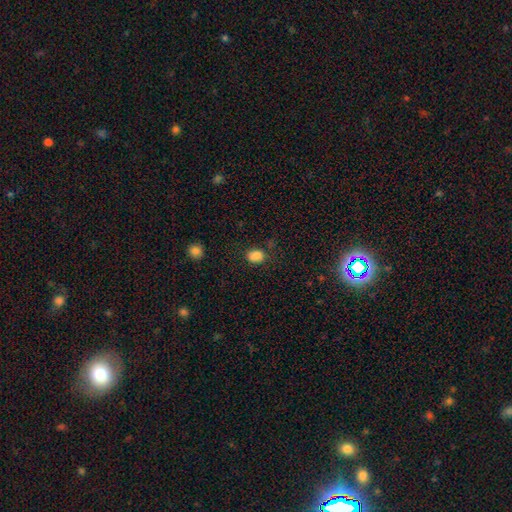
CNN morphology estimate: The model was most divided on "how rounded": in between: 60%, round: 39%, cigar-shaped: 1%. More confident: smooth or featured — smooth (84%); merging — none (74%).